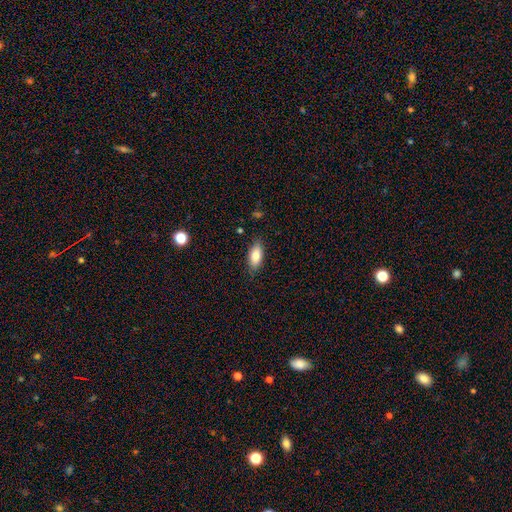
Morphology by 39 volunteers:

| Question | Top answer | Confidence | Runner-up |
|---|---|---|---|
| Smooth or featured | smooth | 72% | featured or disk (21%) |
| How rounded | in between | 75% | cigar-shaped (25%) |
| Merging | none | 81% | minor disturbance (19%) |